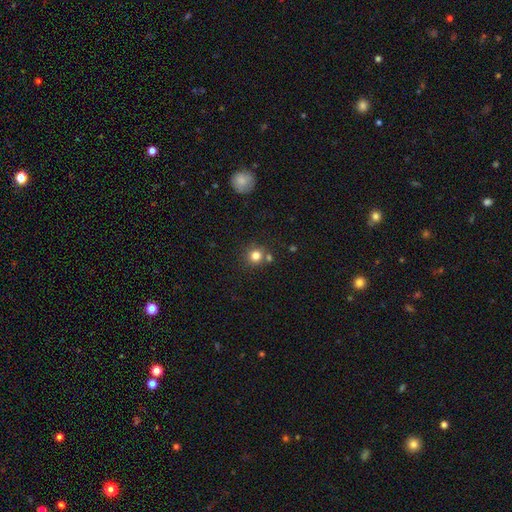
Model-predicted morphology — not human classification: Smooth or featured? smooth (80%)
How rounded? round (91%)
Merging? none (74%)